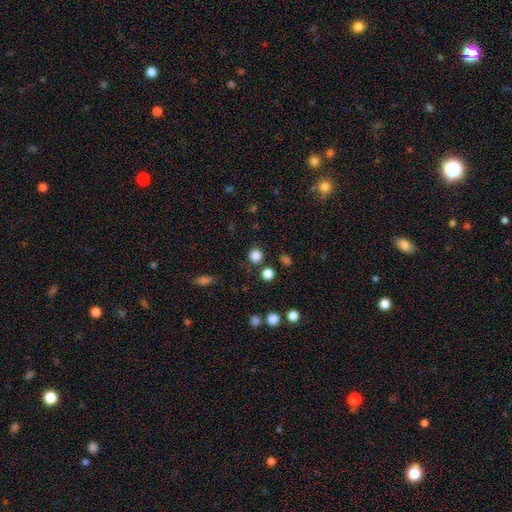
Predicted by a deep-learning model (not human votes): Morphology: type=smooth (83%); roundness=round (90%); merging=none (86%).